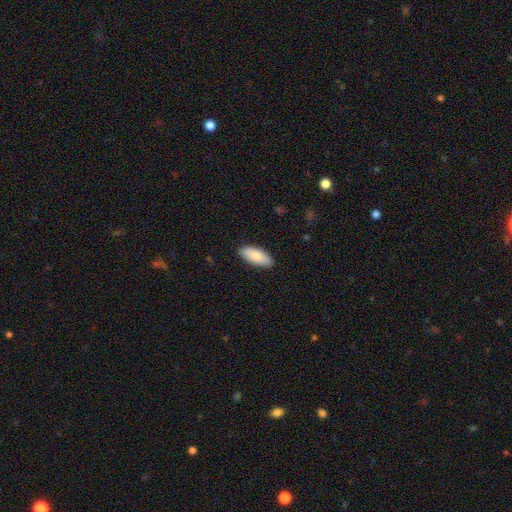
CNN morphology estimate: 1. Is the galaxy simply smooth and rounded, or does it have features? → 85% smooth, 9% featured or disk, 5% star or artifact.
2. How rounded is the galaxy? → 85% in between, 13% cigar-shaped, 2% round.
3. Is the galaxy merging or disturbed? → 89% none, 8% minor disturbance, 2% major disturbance, 1% merger.